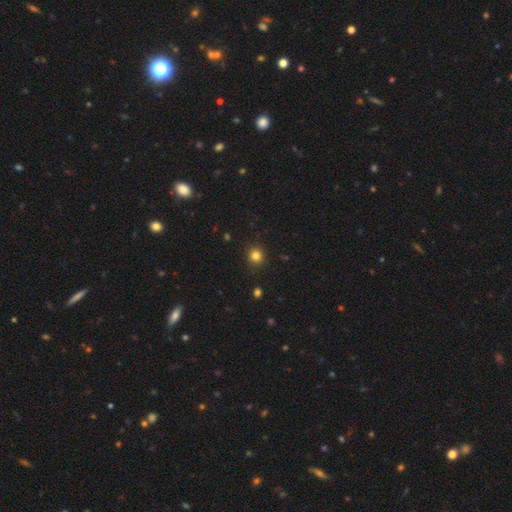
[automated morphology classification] smooth_or_featured: smooth (p=0.82) [alt: star or artifact p=0.13]
how_rounded: round (p=0.94) [alt: in between p=0.06]
merging: none (p=0.92) [alt: minor disturbance p=0.05]